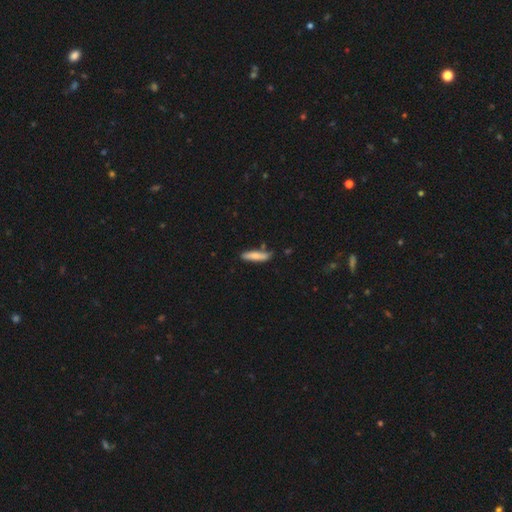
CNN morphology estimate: smooth_or_featured: smooth (p=0.75) [alt: featured or disk p=0.19]
how_rounded: cigar-shaped (p=0.78) [alt: in between p=0.20]
merging: none (p=0.73) [alt: minor disturbance p=0.18]